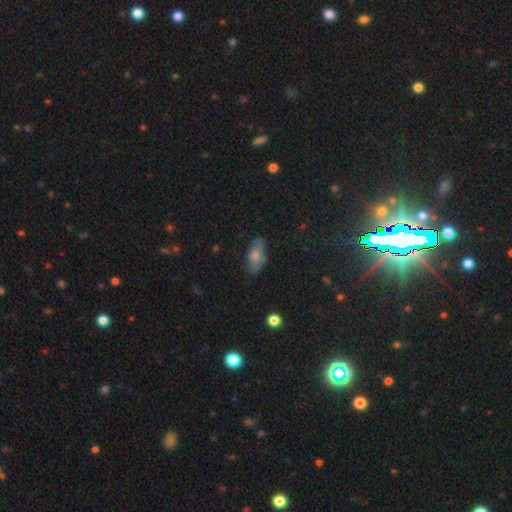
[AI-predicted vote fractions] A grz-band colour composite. It shows a smooth galaxy with no disk features (68%) that is in between round and cigar-shaped (87%). Merging: none (69%).